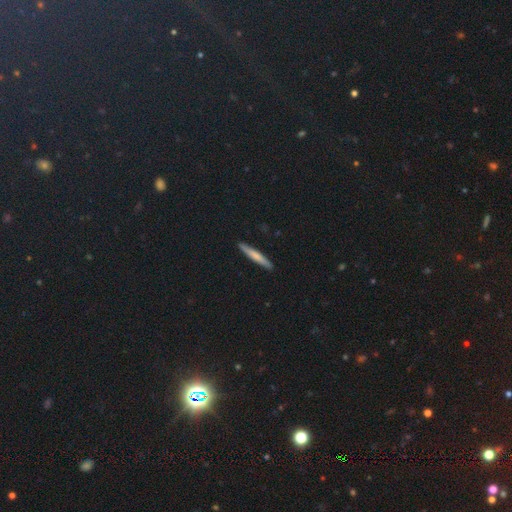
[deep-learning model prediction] A smooth galaxy with no disk features (64%) that is cigar-shaped (94%).

Vote fractions:
- Smooth or featured? smooth: 64% / featured or disk: 31% / star or artifact: 6%
- How rounded? cigar-shaped: 94% / in between: 4% / round: 1%
- Merging? none: 91% / minor disturbance: 7% / major disturbance: 1% / merger: 1%